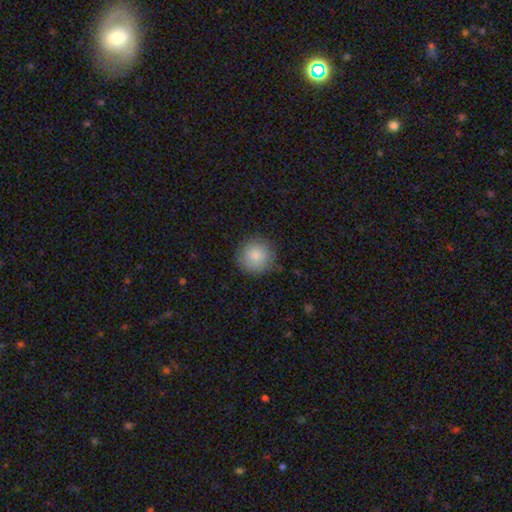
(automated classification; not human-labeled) Smooth or featured? Predicted: smooth (p=0.84). How rounded? Predicted: round (p=0.94). Merging? Predicted: none (p=0.81).